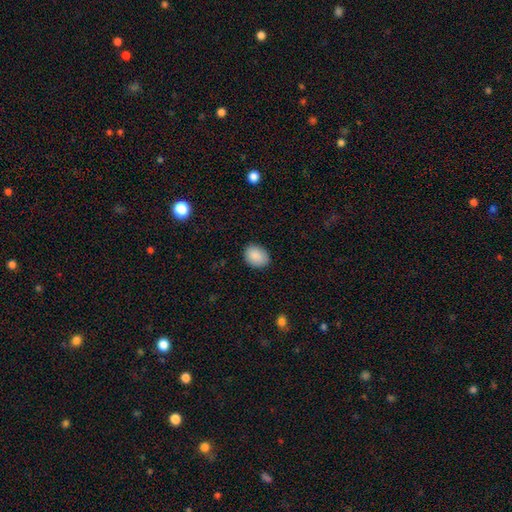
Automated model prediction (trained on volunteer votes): smooth-or-featured: smooth: 89% | star or artifact: 7% | featured or disk: 4%
  how-rounded: in between: 66% | round: 33% | cigar-shaped: 1%
  merging: none: 86% | minor disturbance: 11% | major disturbance: 2% | merger: 1%